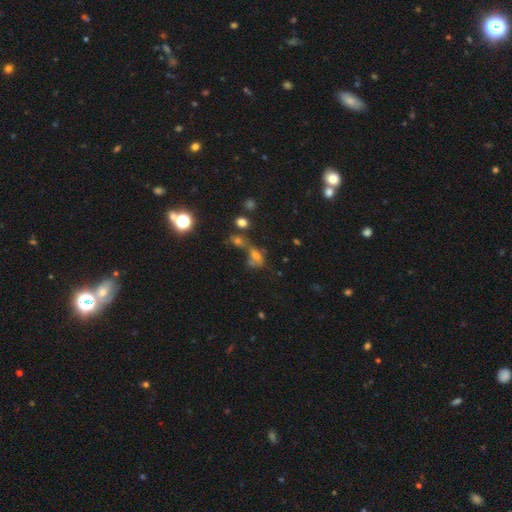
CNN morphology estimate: Smooth or featured?
  - smooth: 46% *
  - star or artifact: 34%
  - featured or disk: 20%
Merging?
  - merger: 38% *
  - none: 33%
  - major disturbance: 15%
  - minor disturbance: 13%